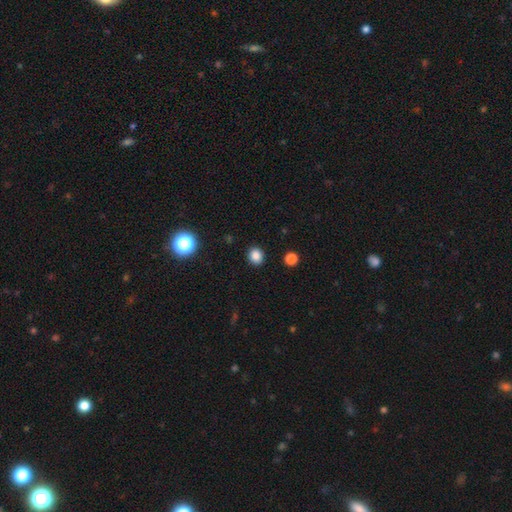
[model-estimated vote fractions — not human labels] This appears to be a smooth galaxy with no disk features (84%) that is round (76%). Merging: none (91%).